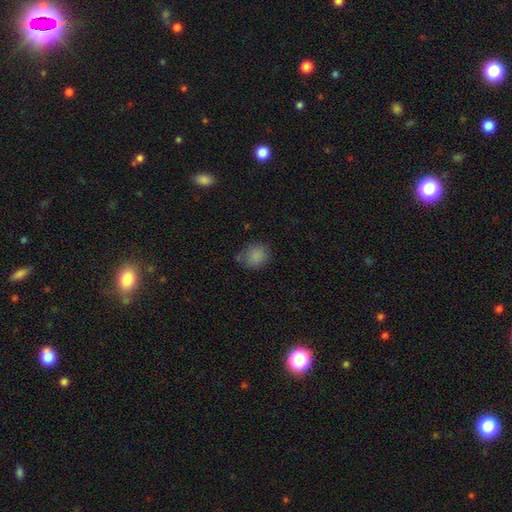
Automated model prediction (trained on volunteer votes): Morphology: type=smooth (85%); roundness=round (69%); merging=none (69%).